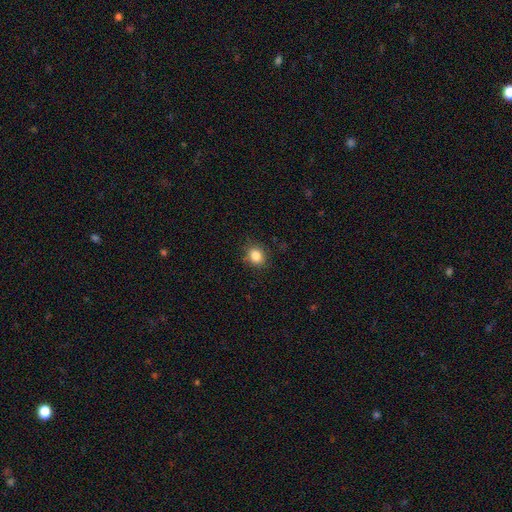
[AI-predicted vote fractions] Smooth or featured: smooth — 84% (star or artifact — 11%)
How rounded: round — 63% (in between — 36%)
Merging: none — 81% (minor disturbance — 14%)